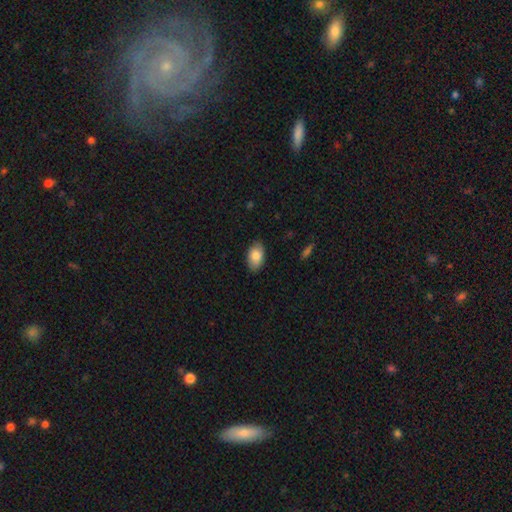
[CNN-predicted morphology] Smooth or featured?
  - smooth: 84% *
  - featured or disk: 10%
  - star or artifact: 6%
How rounded?
  - in between: 92% *
  - round: 6%
  - cigar-shaped: 1%
Merging?
  - none: 83% *
  - minor disturbance: 14%
  - major disturbance: 2%
  - merger: 1%